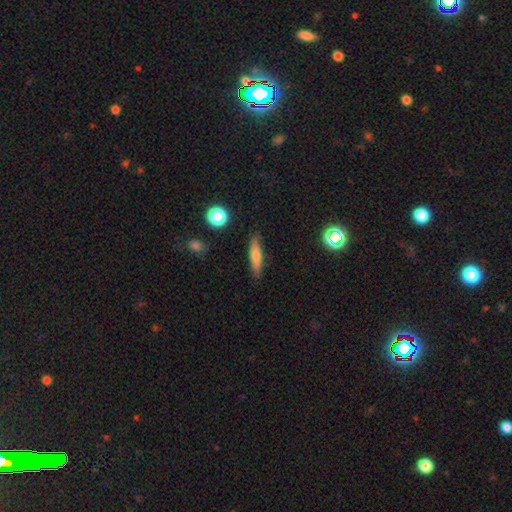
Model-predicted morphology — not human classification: This appears to be a smooth galaxy with no disk features (63%) that is cigar-shaped (80%). Merging: none (86%).